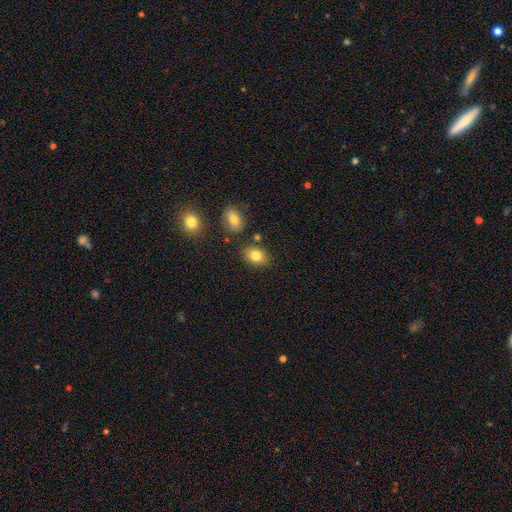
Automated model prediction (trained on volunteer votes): The model was most divided on "how rounded": in between: 74%, round: 25%, cigar-shaped: 1%. More confident: smooth or featured — smooth (82%); merging — none (78%).